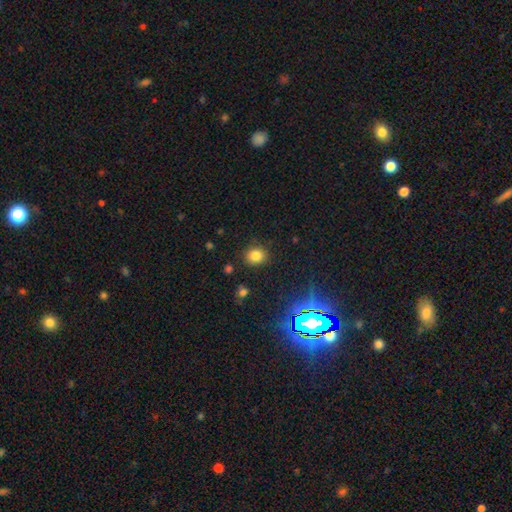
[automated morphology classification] This appears to be a smooth galaxy with no disk features (79%) that is round (70%). Merging: none (86%).